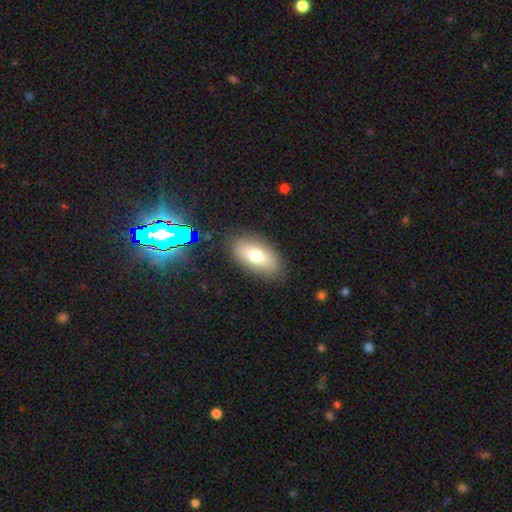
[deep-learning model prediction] The model was most divided on "smooth or featured": smooth: 69%, featured or disk: 22%, star or artifact: 9%. More confident: how rounded — in between (90%); merging — none (85%).